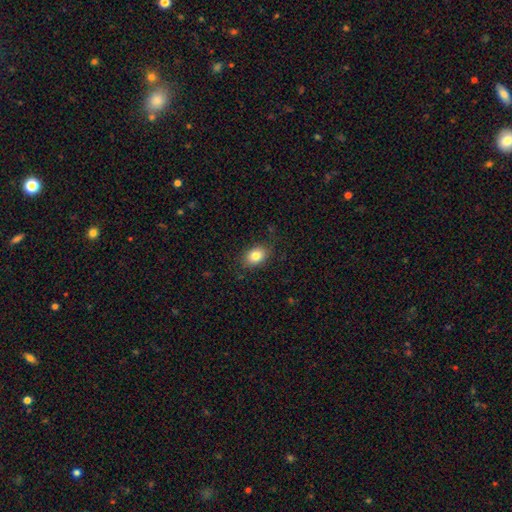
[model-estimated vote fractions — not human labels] Smooth or featured?
  - smooth: 83% *
  - star or artifact: 9%
  - featured or disk: 8%
How rounded?
  - in between: 76% *
  - round: 23%
  - cigar-shaped: 1%
Merging?
  - none: 83% *
  - minor disturbance: 13%
  - major disturbance: 3%
  - merger: 1%